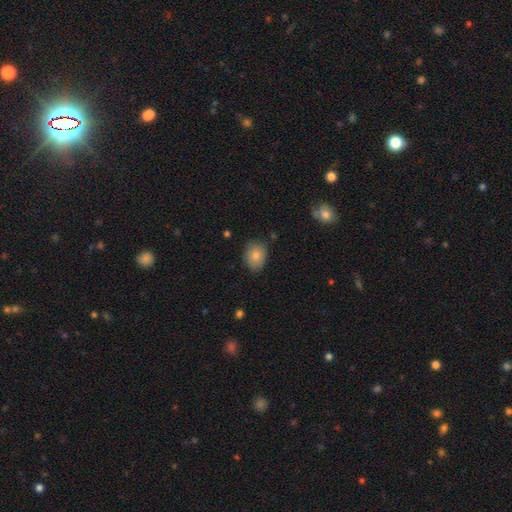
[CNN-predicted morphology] Smooth or featured?
  - smooth: 84% *
  - featured or disk: 9%
  - star or artifact: 8%
How rounded?
  - in between: 59% *
  - round: 40%
  - cigar-shaped: 1%
Merging?
  - none: 78% *
  - minor disturbance: 17%
  - major disturbance: 3%
  - merger: 2%